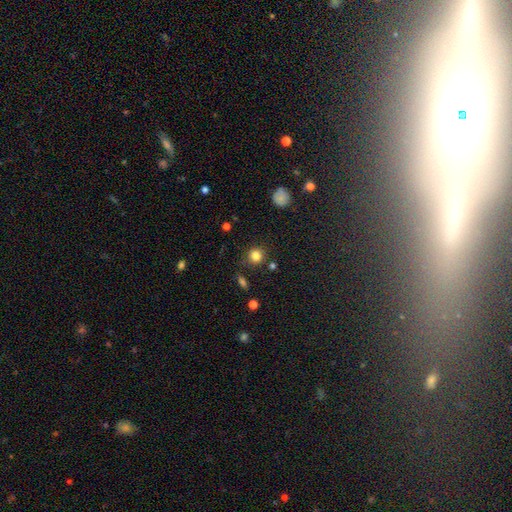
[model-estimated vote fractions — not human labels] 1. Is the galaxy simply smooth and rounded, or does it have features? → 82% smooth, 13% star or artifact, 5% featured or disk.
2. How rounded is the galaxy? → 90% round, 9% in between, 1% cigar-shaped.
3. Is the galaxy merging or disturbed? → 83% none, 10% minor disturbance, 3% merger, 3% major disturbance.